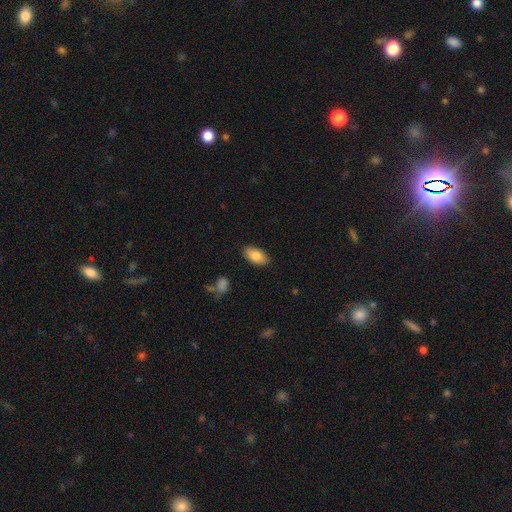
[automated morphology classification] A smooth galaxy with no disk features (83%) that is in between round and cigar-shaped (94%). Merging: none (87%).